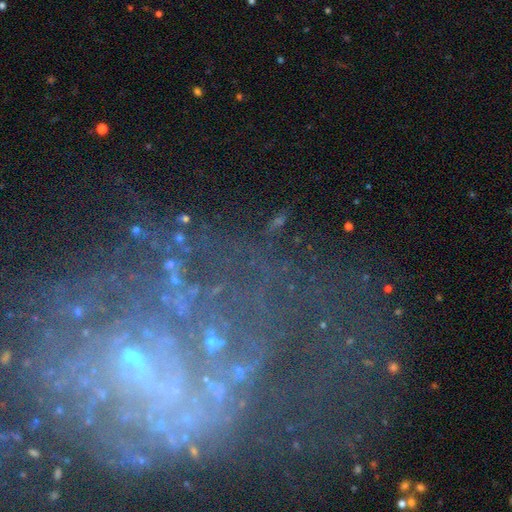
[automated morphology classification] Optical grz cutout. It shows a featured or disk galaxy (70%) with no bar (65%), spiral arms (60%) and a small central bulge (51%). Merging: none (43%).